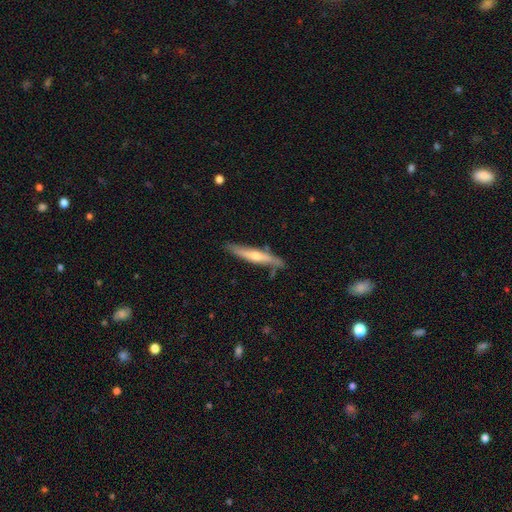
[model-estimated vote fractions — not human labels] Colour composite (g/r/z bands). It shows a featured or disk galaxy (62%) viewed edge-on (87%) with a rounded central bulge (77%). Merging: none (78%).